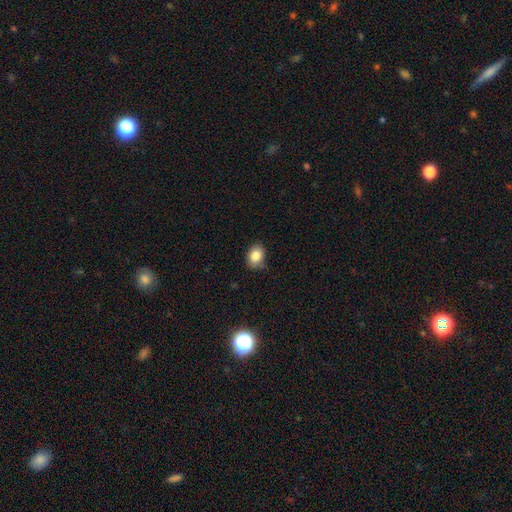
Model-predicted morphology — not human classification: This appears to be a smooth galaxy with no disk features (84%) that is in between round and cigar-shaped (72%). Merging: none (75%).